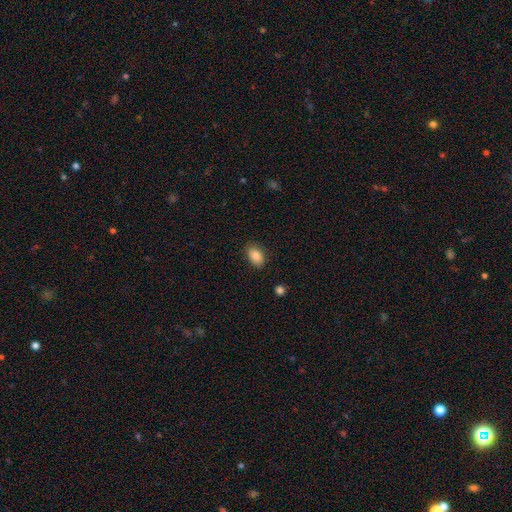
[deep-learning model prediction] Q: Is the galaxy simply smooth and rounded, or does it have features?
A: smooth — 85%.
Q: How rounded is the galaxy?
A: in between — 90%.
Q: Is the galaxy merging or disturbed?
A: none — 85%.